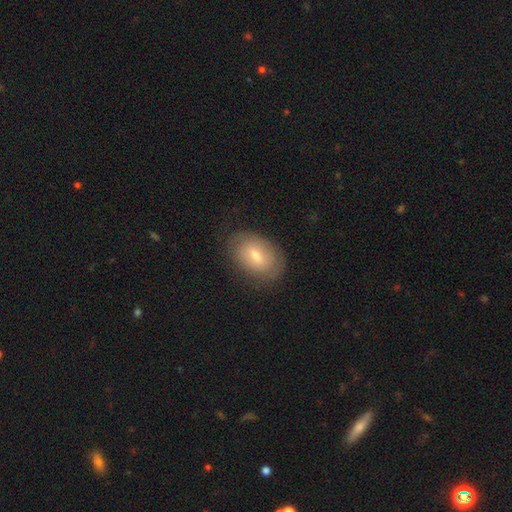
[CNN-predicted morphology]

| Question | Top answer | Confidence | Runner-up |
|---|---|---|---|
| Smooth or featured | smooth | 61% | featured or disk (30%) |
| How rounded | in between | 85% | round (14%) |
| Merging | none | 77% | minor disturbance (16%) |